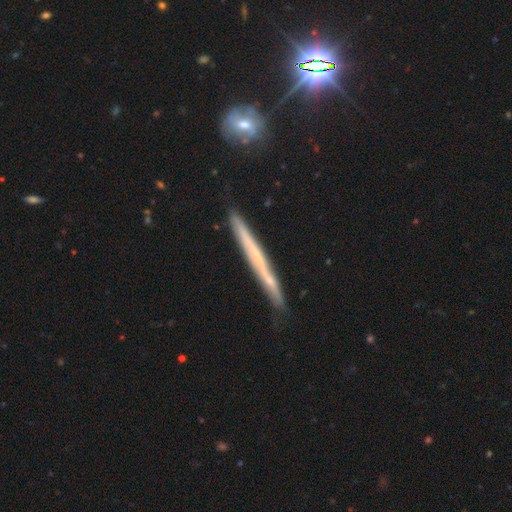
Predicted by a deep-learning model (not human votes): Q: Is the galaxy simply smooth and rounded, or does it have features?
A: featured or disk — 55%.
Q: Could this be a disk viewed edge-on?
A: yes — 95%.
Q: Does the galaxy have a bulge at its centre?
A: none — 89%.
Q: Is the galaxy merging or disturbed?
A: none — 86%.